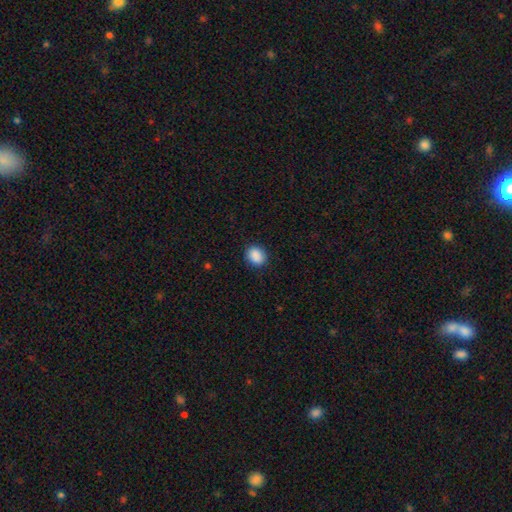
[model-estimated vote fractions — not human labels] The model was most divided on "how rounded": round: 54%, in between: 45%, cigar-shaped: 1%. More confident: smooth or featured — smooth (89%); merging — none (87%).